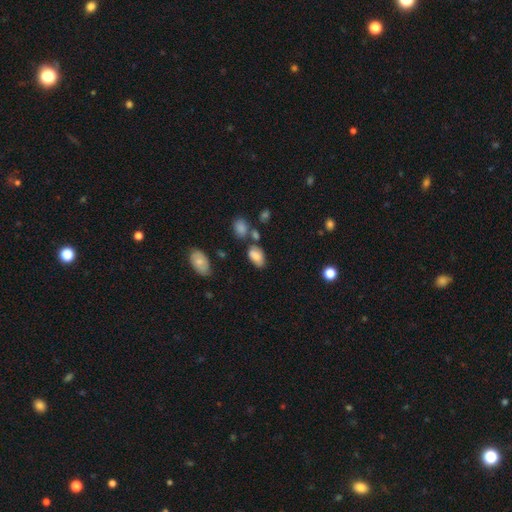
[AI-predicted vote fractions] Q: Smooth or featured?
A: smooth (78%); runner-up: featured or disk (12%)
Q: How rounded?
A: in between (91%); runner-up: round (7%)
Q: Merging?
A: none (59%); runner-up: minor disturbance (21%)